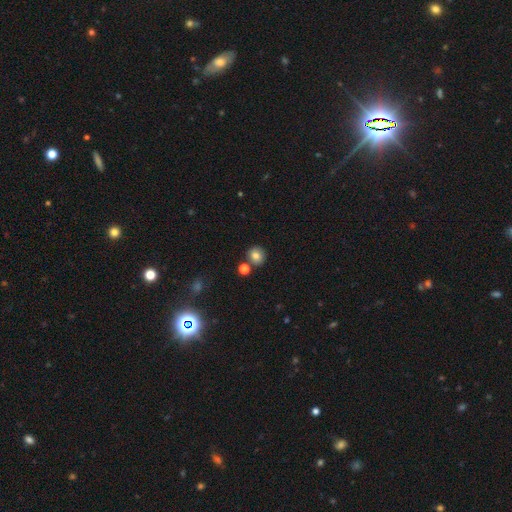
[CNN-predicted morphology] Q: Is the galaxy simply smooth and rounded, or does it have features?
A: smooth — 79%.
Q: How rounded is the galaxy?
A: round — 87%.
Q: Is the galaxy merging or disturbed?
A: none — 78%.